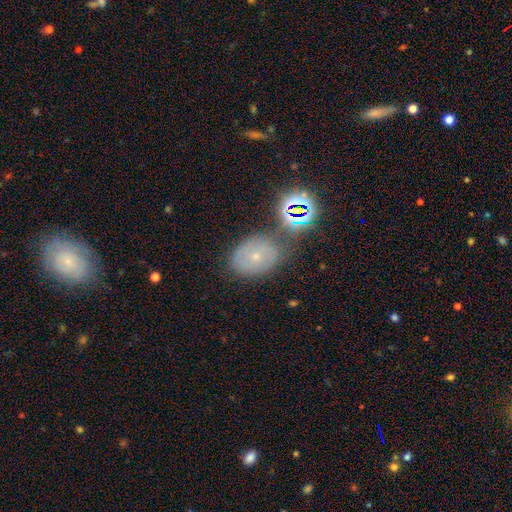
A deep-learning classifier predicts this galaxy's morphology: smooth 38%, featured or disk 35%, star or artifact 27%. Down the decision tree: merging — none (69%).